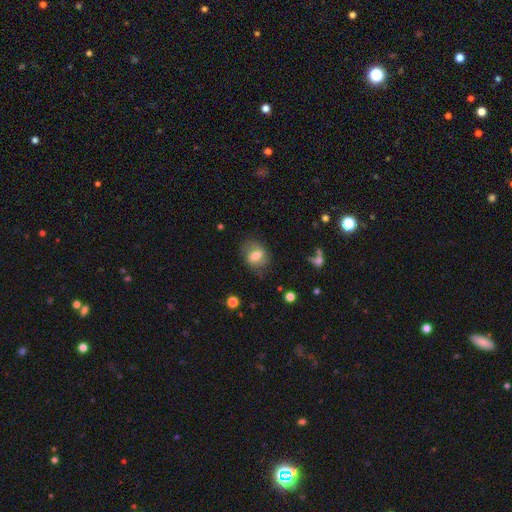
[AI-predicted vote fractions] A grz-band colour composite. It shows a smooth galaxy with no disk features (57%) that is in between round and cigar-shaped (60%). Merging: none (70%).